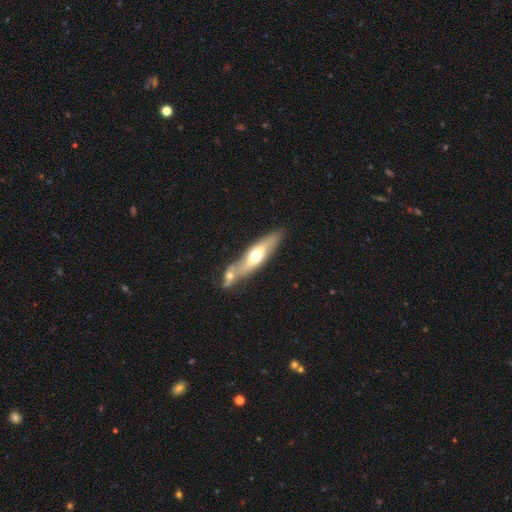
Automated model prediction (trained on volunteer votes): The model was most divided on "smooth or featured": featured or disk: 49%, smooth: 46%, star or artifact: 5%. More confident: merging — none (55%).